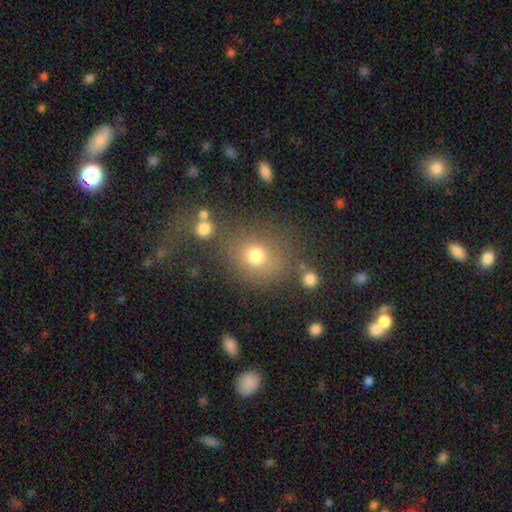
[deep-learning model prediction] Smooth or featured?
  - smooth: 73% *
  - star or artifact: 17%
  - featured or disk: 10%
How rounded?
  - round: 75% *
  - in between: 24%
  - cigar-shaped: 1%
Merging?
  - none: 70% *
  - minor disturbance: 13%
  - merger: 9%
  - major disturbance: 7%